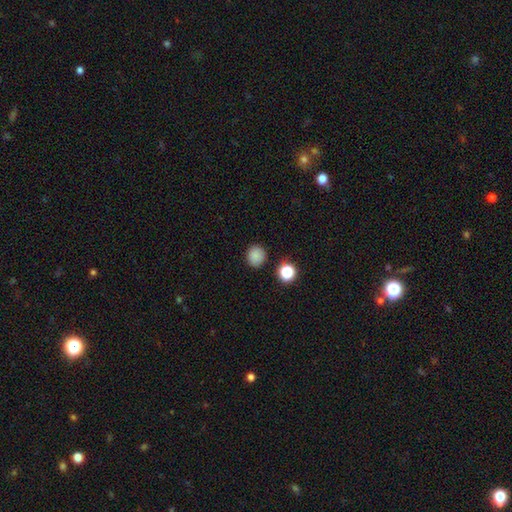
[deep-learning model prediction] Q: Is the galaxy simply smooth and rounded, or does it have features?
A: smooth — 84%.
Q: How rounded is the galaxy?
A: round — 88%.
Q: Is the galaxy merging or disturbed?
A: none — 87%.